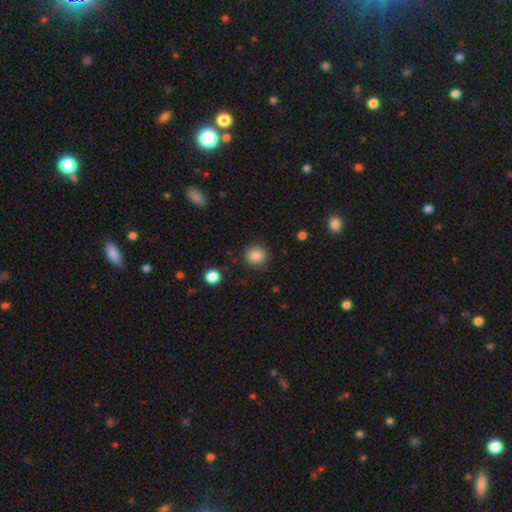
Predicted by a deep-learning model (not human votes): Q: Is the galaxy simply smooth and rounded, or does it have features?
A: smooth — 87%.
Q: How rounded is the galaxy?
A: round — 90%.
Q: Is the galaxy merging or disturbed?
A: none — 87%.